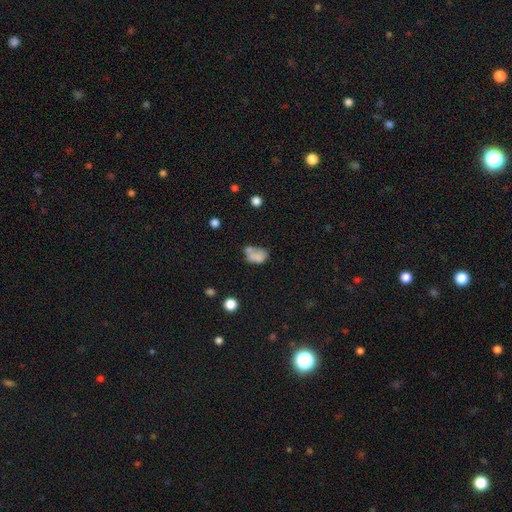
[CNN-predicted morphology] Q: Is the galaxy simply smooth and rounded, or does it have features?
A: smooth — 65%.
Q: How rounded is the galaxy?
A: in between — 79%.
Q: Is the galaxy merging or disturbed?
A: merger — 39%.